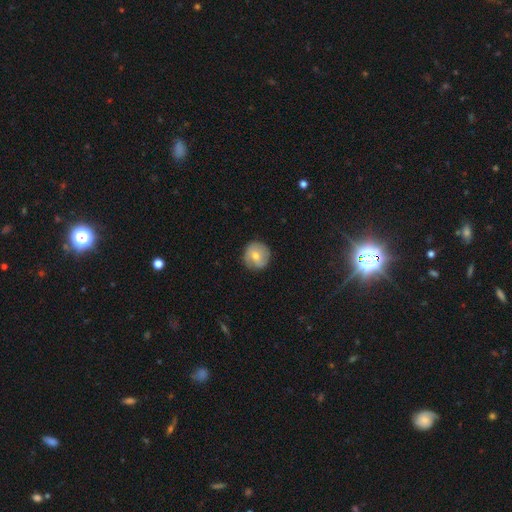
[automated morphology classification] type=smooth (57%); roundness=round (92%); merging=none (83%).